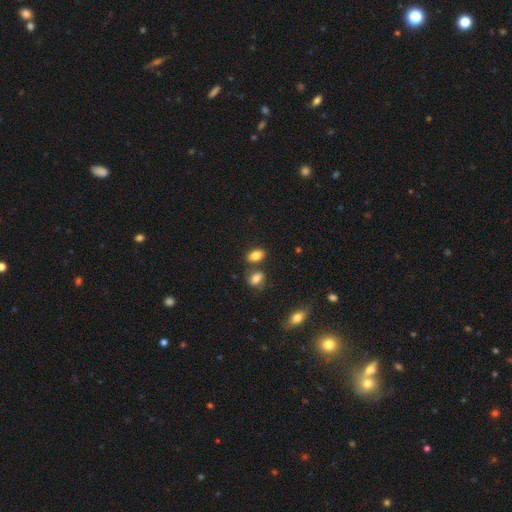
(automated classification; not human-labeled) smooth 83%, star or artifact 9%, featured or disk 8%. Down the decision tree: how rounded — in between (86%); merging — none (68%).